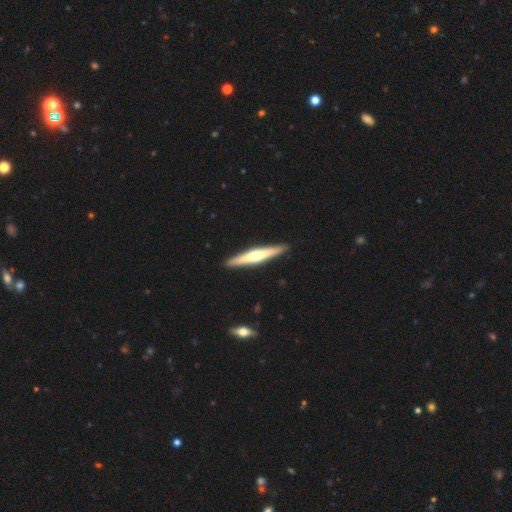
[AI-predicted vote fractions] smooth-or-featured: featured or disk: 60% | smooth: 36% | star or artifact: 5%
  disk-edge-on: yes: 96% | no: 4%
    edge-on-bulge: rounded: 88% | none: 8% | boxy: 4%
  merging: none: 92% | minor disturbance: 6% | major disturbance: 1% | merger: 1%